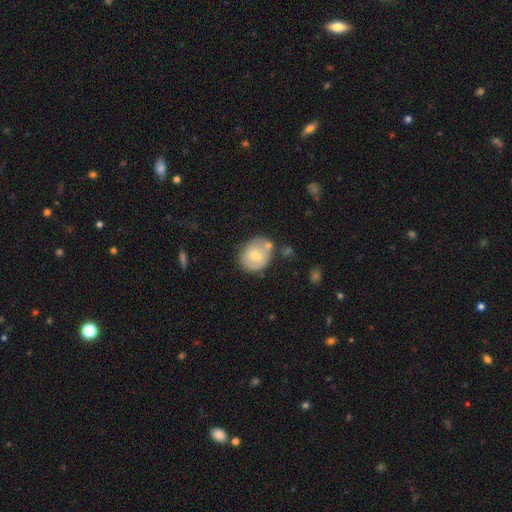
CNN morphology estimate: Q: Smooth or featured?
A: smooth (61%); runner-up: featured or disk (31%)
Q: How rounded?
A: round (66%); runner-up: in between (33%)
Q: Merging?
A: none (57%); runner-up: minor disturbance (20%)